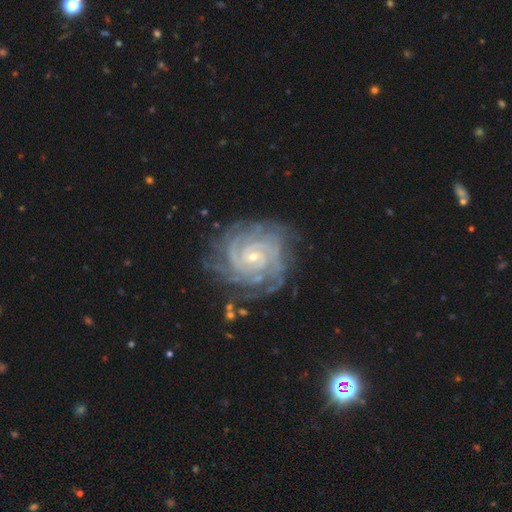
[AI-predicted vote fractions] This is clearly a featured or disk galaxy (89%). It is clearly not viewed edge-on (98%). Bar: likely no (65%). Spiral arm pattern: clearly yes (98%). Spiral arm count: marginally 4 (23%). Spiral winding: clearly tight (81%). Central bulge: likely small (78%). Merging: likely none (79%).